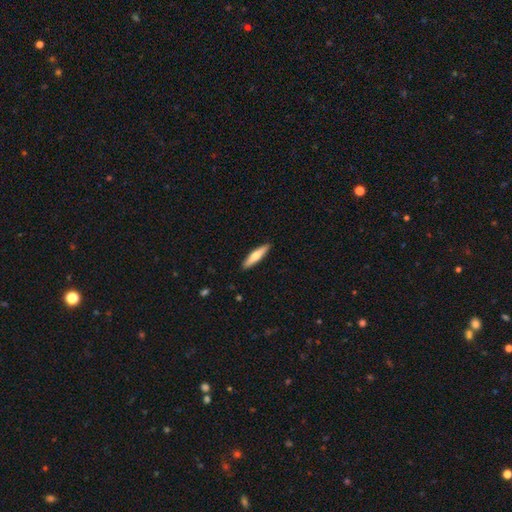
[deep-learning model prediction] A smooth galaxy with no disk features (58%) that is cigar-shaped (81%). Merging: none (90%).